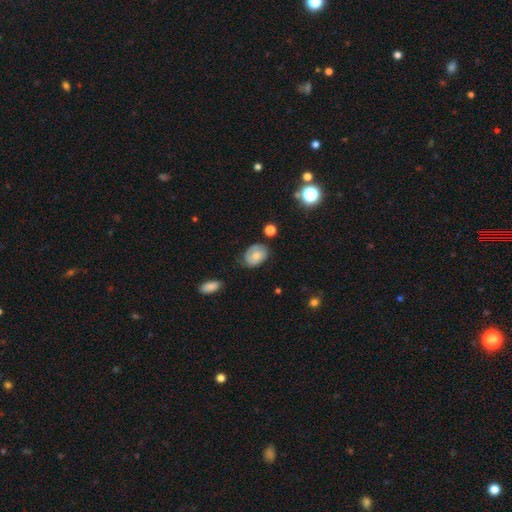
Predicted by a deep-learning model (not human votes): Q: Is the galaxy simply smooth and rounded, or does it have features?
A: smooth — 57%.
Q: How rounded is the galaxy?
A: in between — 72%.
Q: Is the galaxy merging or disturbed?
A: none — 63%.